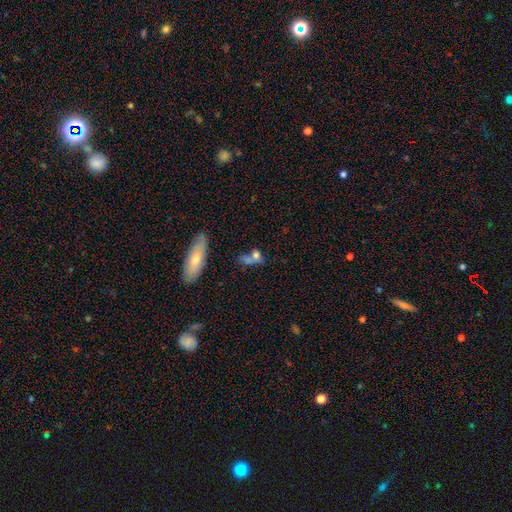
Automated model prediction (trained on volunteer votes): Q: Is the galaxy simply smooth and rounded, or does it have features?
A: smooth — 53%.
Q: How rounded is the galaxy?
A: in between — 43%.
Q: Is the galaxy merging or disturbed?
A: none — 55%.